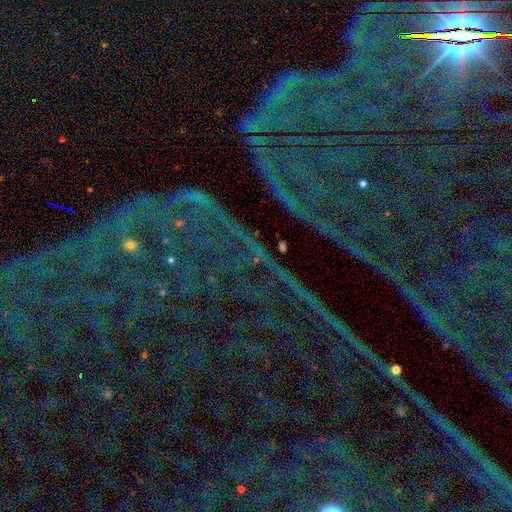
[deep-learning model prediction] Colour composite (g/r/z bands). It shows a star or artifact, not a galaxy (85%).